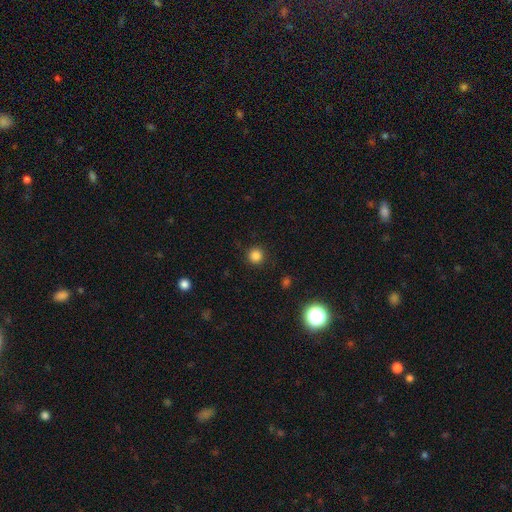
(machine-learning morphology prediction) smooth-or-featured: smooth: 83% | star or artifact: 13% | featured or disk: 4%
  how-rounded: round: 95% | in between: 4% | cigar-shaped: 1%
  merging: none: 91% | minor disturbance: 5% | major disturbance: 2% | merger: 1%